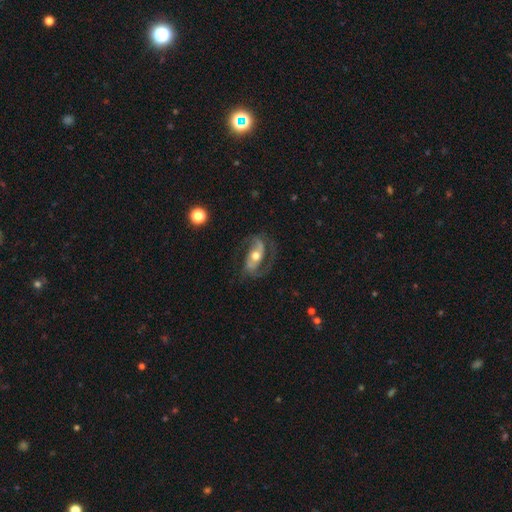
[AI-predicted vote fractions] Smooth or featured? Predicted: featured or disk (p=0.81). Edge-on disk? Predicted: no (p=0.94). Bar? Predicted: no (p=0.38). Spiral arms? Predicted: yes (p=0.90). Spiral winding? Predicted: medium (p=0.50). Spiral arm count? Predicted: 2 (p=0.86). Bulge size? Predicted: moderate (p=0.72). Merging? Predicted: none (p=0.61).